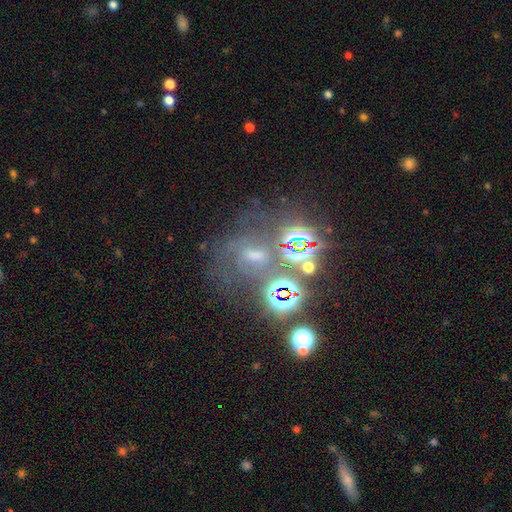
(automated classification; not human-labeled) Smooth or featured? Predicted: star or artifact (p=0.40).